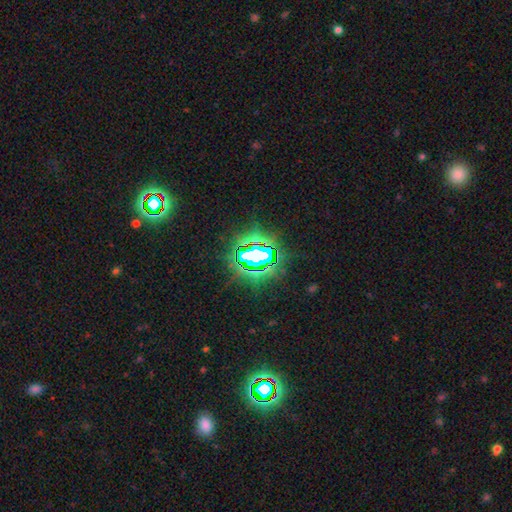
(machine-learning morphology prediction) Smooth or featured: star or artifact — 79% (smooth — 12%)